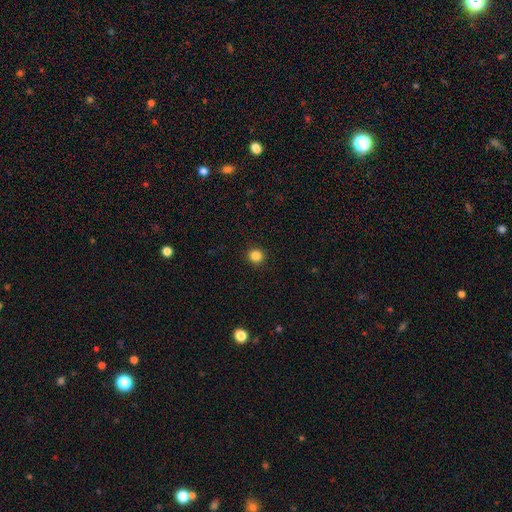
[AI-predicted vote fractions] Q: Smooth or featured?
A: smooth (85%); runner-up: star or artifact (12%)
Q: How rounded?
A: round (93%); runner-up: in between (6%)
Q: Merging?
A: none (93%); runner-up: minor disturbance (5%)